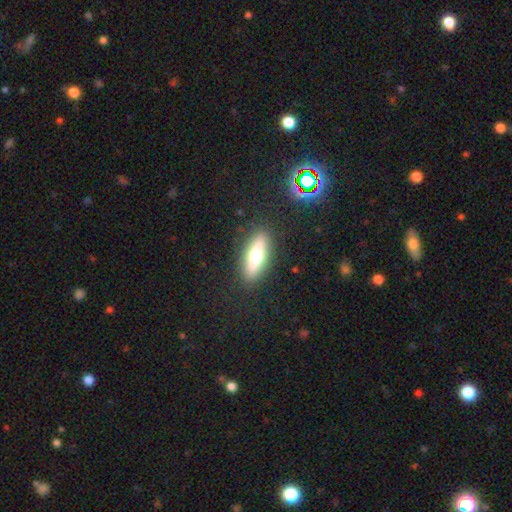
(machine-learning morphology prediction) type=smooth (55%); roundness=cigar-shaped (51%); merging=none (87%).